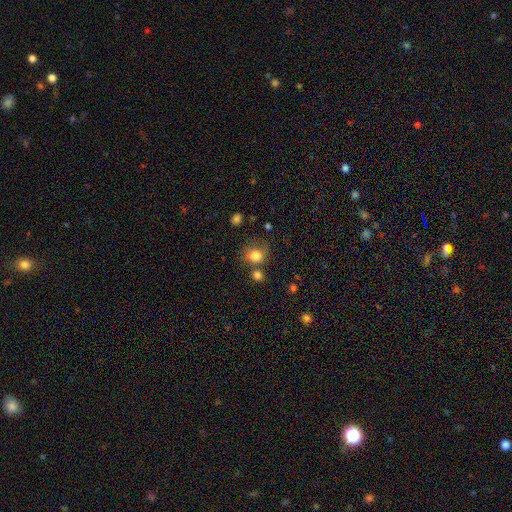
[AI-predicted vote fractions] smooth_or_featured: smooth (p=0.81) [alt: star or artifact p=0.11]
how_rounded: round (p=0.70) [alt: in between p=0.29]
merging: none (p=0.58) [alt: minor disturbance p=0.19]